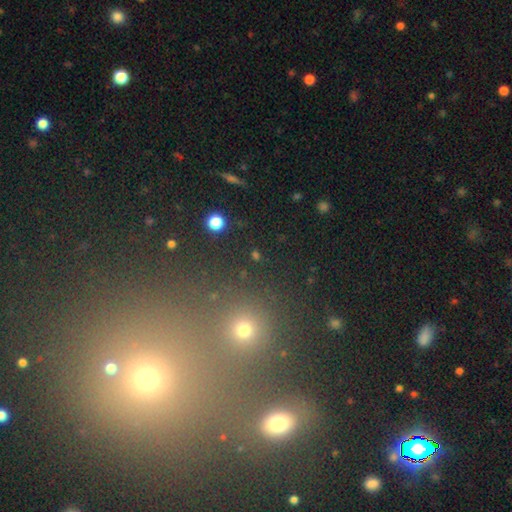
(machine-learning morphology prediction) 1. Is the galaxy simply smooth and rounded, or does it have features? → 51% smooth, 39% star or artifact, 10% featured or disk.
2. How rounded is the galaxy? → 84% round, 14% in between, 3% cigar-shaped.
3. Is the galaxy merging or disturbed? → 87% none, 6% minor disturbance, 3% merger, 3% major disturbance.